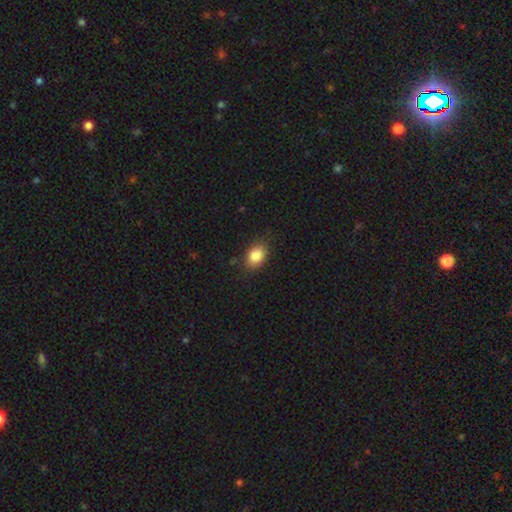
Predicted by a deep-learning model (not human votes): smooth-or-featured: smooth: 85% | star or artifact: 9% | featured or disk: 6%
  how-rounded: in between: 72% | round: 27% | cigar-shaped: 1%
  merging: none: 80% | minor disturbance: 15% | major disturbance: 4% | merger: 1%